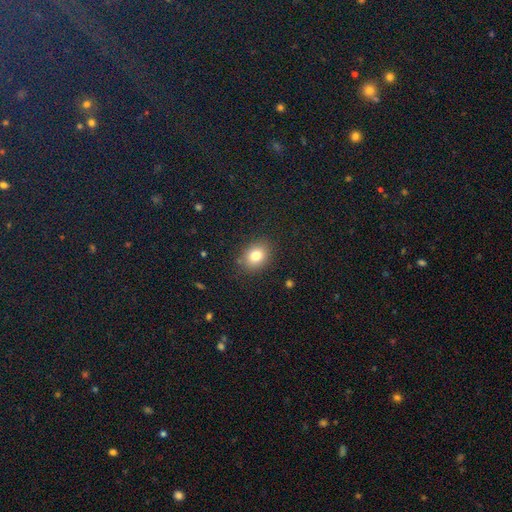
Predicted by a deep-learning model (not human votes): This is clearly a smooth galaxy (80%). How rounded: possibly in between (51%). Merging: clearly none (85%).